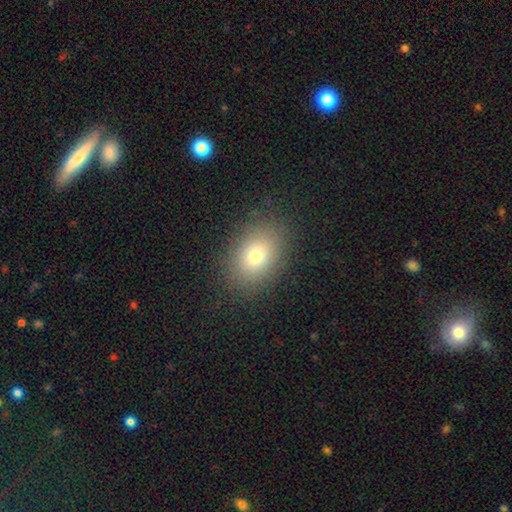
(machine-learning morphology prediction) This is likely a smooth galaxy (74%). How rounded: likely in between (70%). Merging: clearly none (86%).